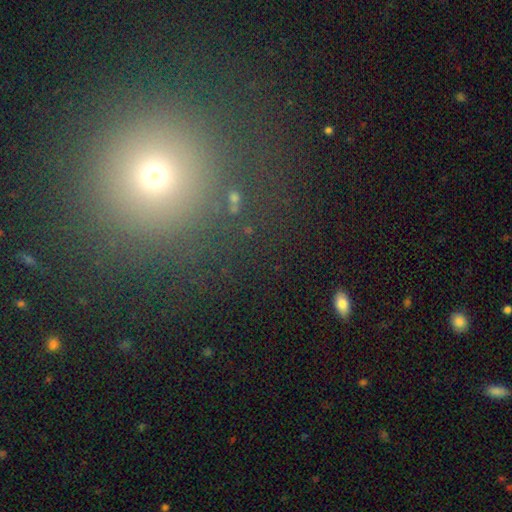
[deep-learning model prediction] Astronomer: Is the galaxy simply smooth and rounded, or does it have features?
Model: smooth — 54% (runner-up: star or artifact, 35%).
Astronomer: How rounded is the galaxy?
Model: round — 90%.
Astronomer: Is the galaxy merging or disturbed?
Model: none — 83%.